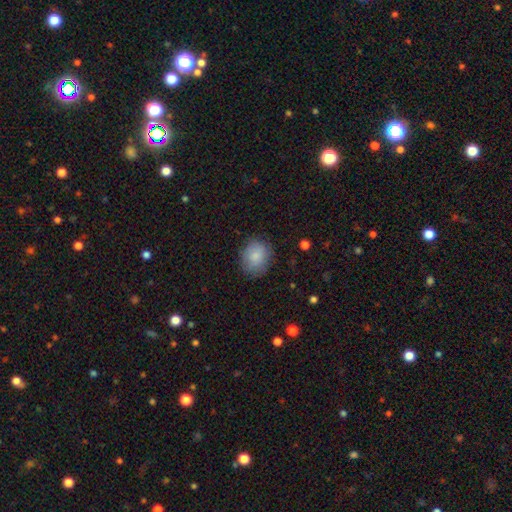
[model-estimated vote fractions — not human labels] smooth_or_featured: smooth (p=0.86) [alt: star or artifact p=0.07]
how_rounded: round (p=0.59) [alt: in between p=0.40]
merging: none (p=0.79) [alt: minor disturbance p=0.16]